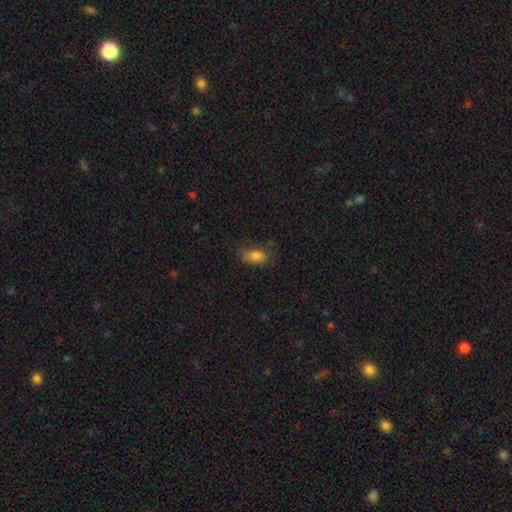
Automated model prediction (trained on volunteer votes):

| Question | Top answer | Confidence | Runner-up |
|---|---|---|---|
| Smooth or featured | smooth | 82% | star or artifact (9%) |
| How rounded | in between | 88% | round (7%) |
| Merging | none | 67% | minor disturbance (24%) |